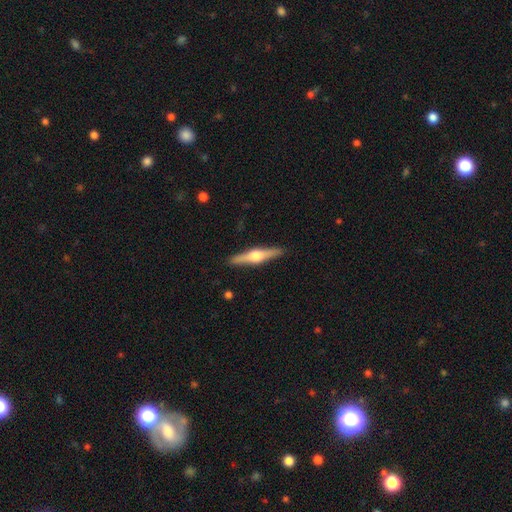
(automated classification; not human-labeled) Morphology: type=featured or disk (72%); edge-on=yes (98%); edge-on bulge=rounded (94%); merging=none (91%).